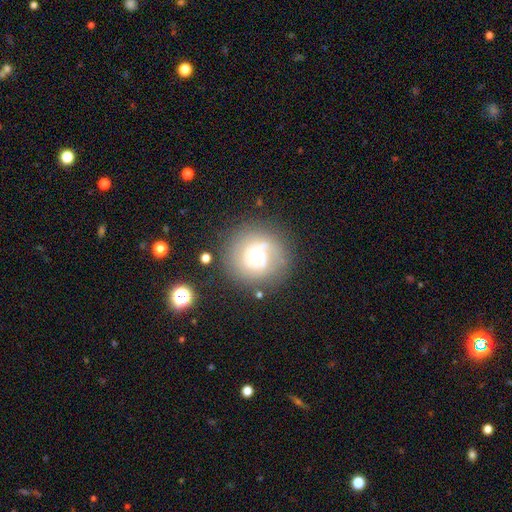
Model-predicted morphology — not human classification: The model was most divided on "bulge size": small: 45%, moderate: 40%, large: 10%, dominant: 3%, none: 3%. More confident: edge-on disk — no (97%); spiral arms — yes (79%); merging — none (74%); bar — no (71%); smooth or featured — featured or disk (59%).